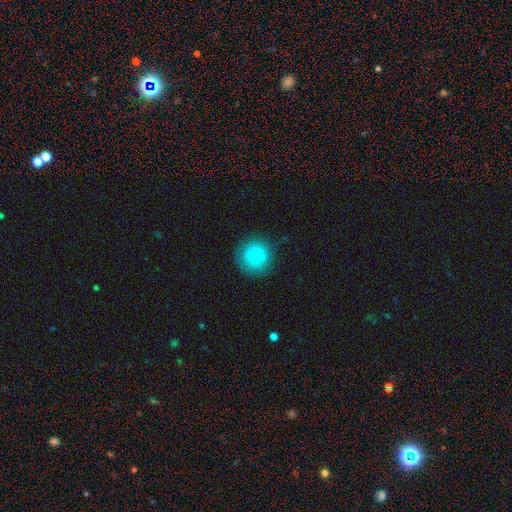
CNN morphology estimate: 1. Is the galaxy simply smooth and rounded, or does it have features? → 85% smooth, 8% star or artifact, 7% featured or disk.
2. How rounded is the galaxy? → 93% round, 6% in between, 1% cigar-shaped.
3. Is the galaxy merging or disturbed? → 80% none, 13% minor disturbance, 5% major disturbance, 2% merger.